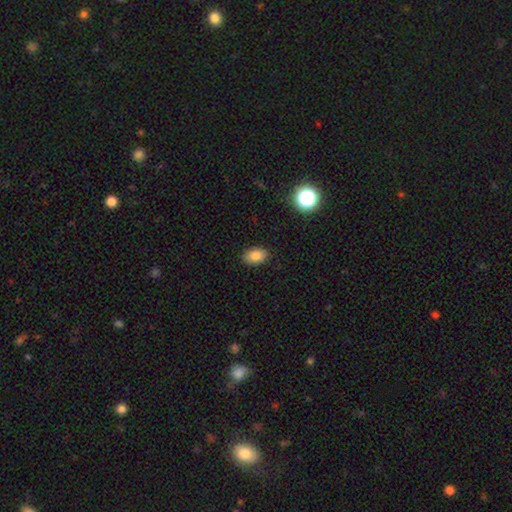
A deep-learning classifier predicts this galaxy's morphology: A smooth galaxy with no disk features (84%) that is in between round and cigar-shaped (87%).

Vote fractions:
- Smooth or featured? smooth: 84% / star or artifact: 10% / featured or disk: 6%
- How rounded? in between: 87% / round: 11% / cigar-shaped: 1%
- Merging? none: 88% / minor disturbance: 9% / major disturbance: 2% / merger: 1%